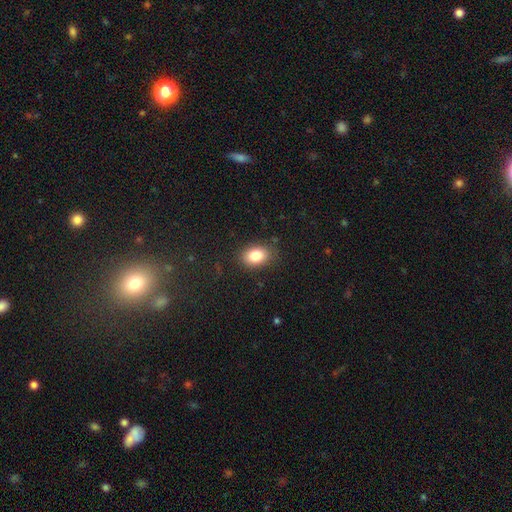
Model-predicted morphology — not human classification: This appears to be a smooth galaxy with no disk features (84%) that is in between round and cigar-shaped (80%). Merging: none (84%).